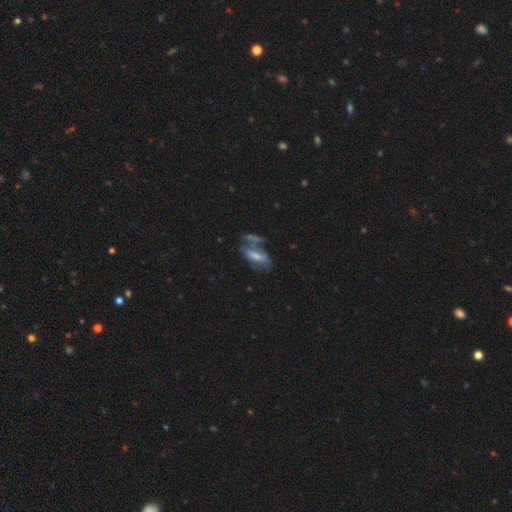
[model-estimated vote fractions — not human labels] This appears to be a featured or disk galaxy (54%). Merging: none (39%).